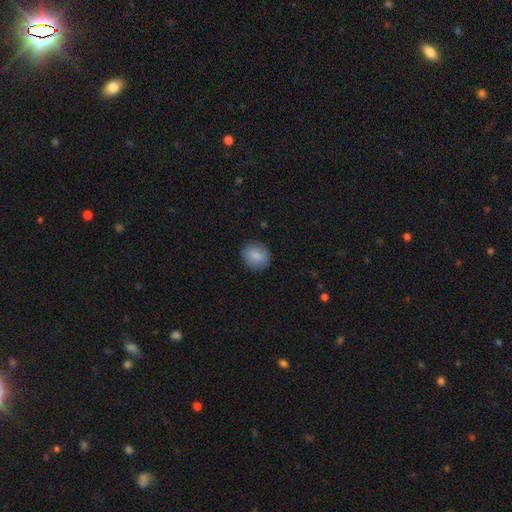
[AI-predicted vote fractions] A smooth galaxy with no disk features (86%) that is round (82%). Merging: none (88%).